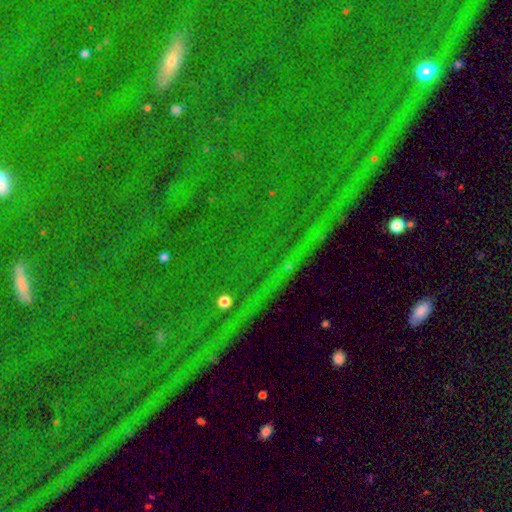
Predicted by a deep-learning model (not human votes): Morphology: type=star or artifact (83%).